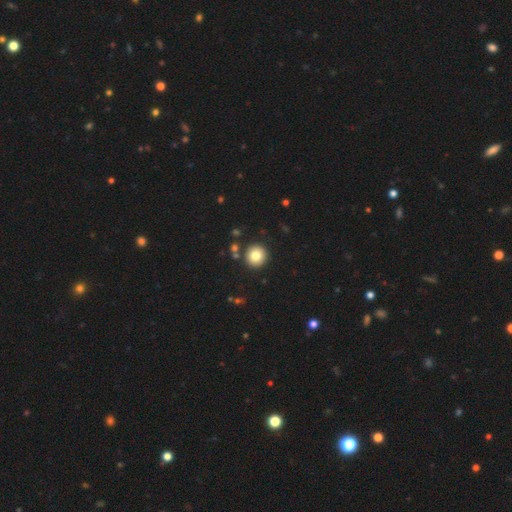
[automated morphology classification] Q: Smooth or featured?
A: smooth (80%); runner-up: star or artifact (10%)
Q: How rounded?
A: round (93%); runner-up: in between (6%)
Q: Merging?
A: none (88%); runner-up: minor disturbance (6%)